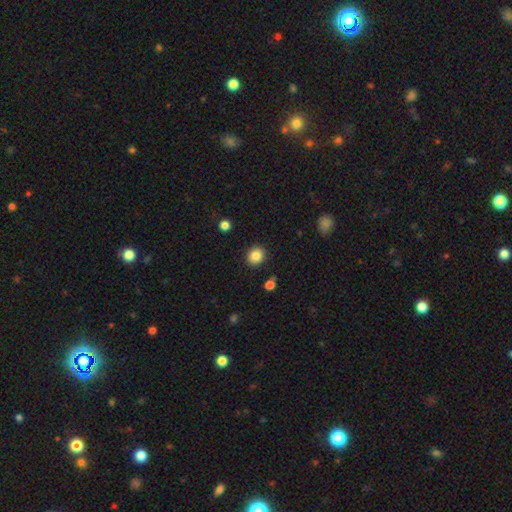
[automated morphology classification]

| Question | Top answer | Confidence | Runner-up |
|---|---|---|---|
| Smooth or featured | smooth | 84% | star or artifact (10%) |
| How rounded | round | 80% | in between (19%) |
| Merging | none | 90% | minor disturbance (6%) |